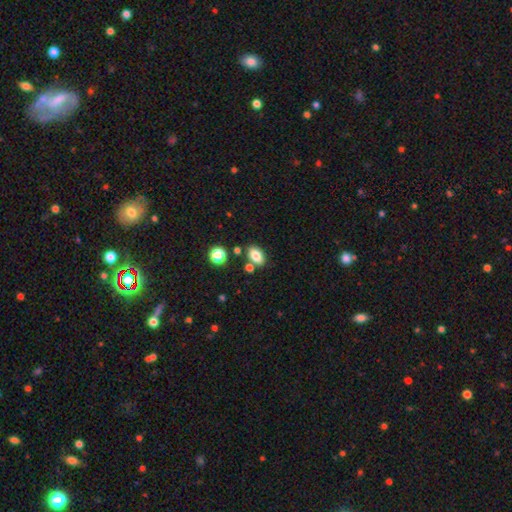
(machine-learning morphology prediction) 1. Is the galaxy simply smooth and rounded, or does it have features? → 81% smooth, 10% star or artifact, 8% featured or disk.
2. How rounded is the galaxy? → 87% in between, 10% round, 3% cigar-shaped.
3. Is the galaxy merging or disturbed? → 76% none, 11% minor disturbance, 10% merger, 3% major disturbance.